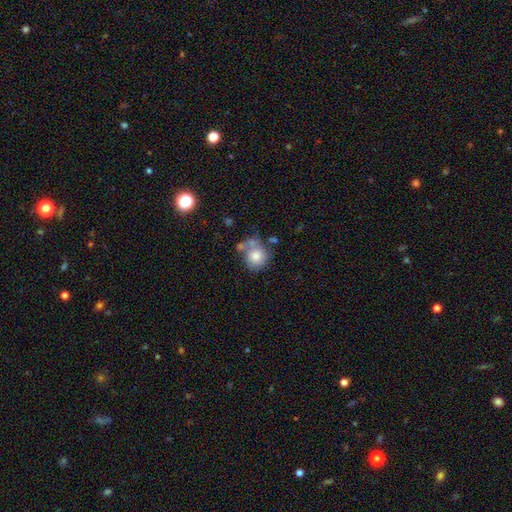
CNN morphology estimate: smooth-or-featured: smooth: 75% | featured or disk: 17% | star or artifact: 8%
  how-rounded: round: 81% | in between: 18% | cigar-shaped: 1%
  merging: none: 44% | merger: 23% | minor disturbance: 20% | major disturbance: 12%